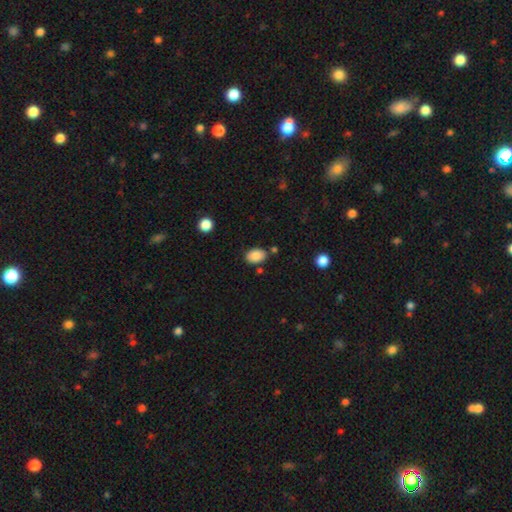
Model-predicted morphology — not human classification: A smooth galaxy with no disk features (86%) that is in between round and cigar-shaped (85%).

Vote fractions:
- Smooth or featured? smooth: 86% / star or artifact: 8% / featured or disk: 5%
- How rounded? in between: 85% / round: 14% / cigar-shaped: 1%
- Merging? none: 79% / minor disturbance: 13% / merger: 5% / major disturbance: 3%